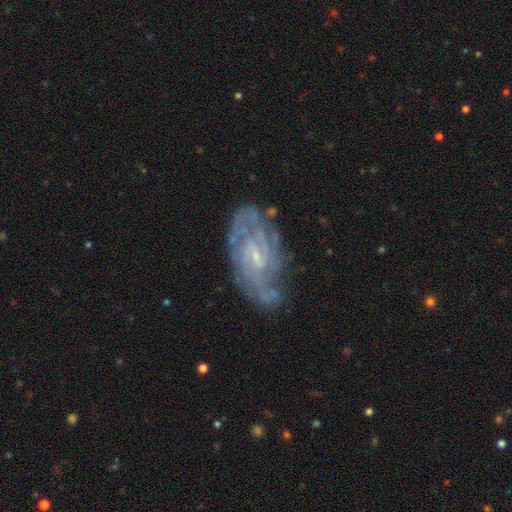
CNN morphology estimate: This appears to be a featured or disk galaxy (84%) with a weak bar (54%), tight (53%) spiral arms (93%) and a small central bulge (72%). Merging: none (68%).